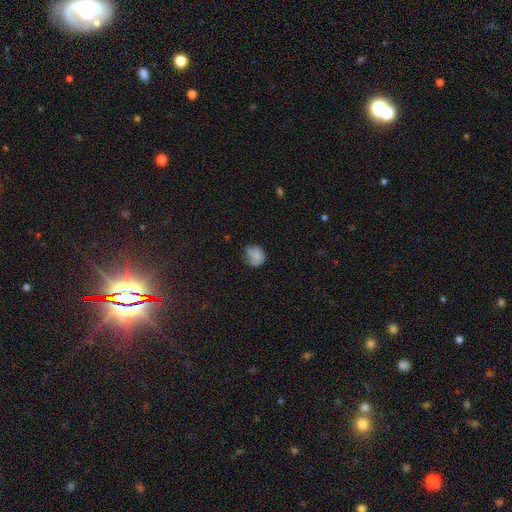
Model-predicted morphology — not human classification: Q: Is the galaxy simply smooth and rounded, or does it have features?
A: smooth — 72%.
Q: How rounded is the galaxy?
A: round — 75%.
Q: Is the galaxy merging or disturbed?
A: none — 50%.